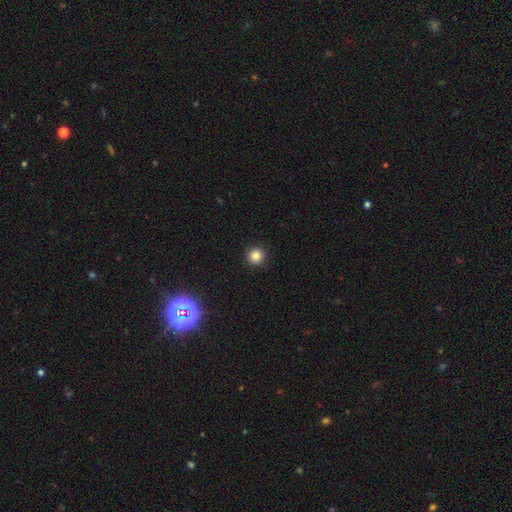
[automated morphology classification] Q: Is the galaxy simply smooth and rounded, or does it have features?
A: smooth — 83%.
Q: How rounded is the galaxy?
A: round — 94%.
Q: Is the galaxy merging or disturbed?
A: none — 92%.